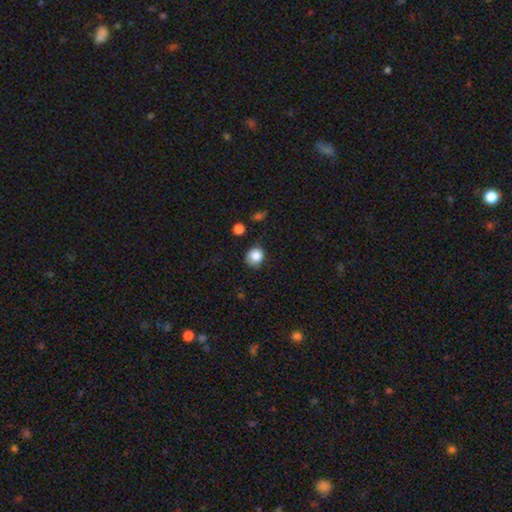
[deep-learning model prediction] Smooth or featured: smooth — 85% (star or artifact — 9%)
How rounded: round — 80% (in between — 19%)
Merging: none — 66% (minor disturbance — 25%)